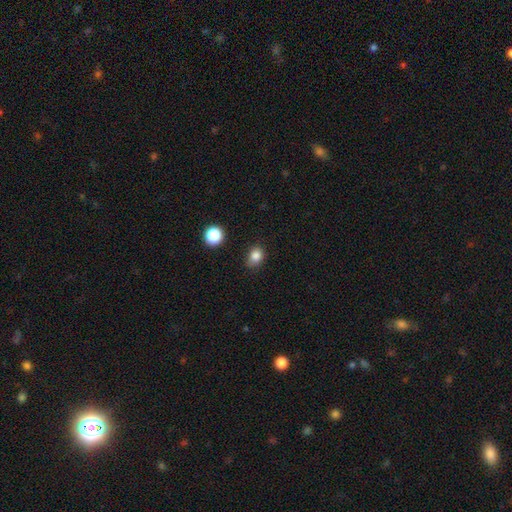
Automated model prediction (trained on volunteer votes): Smooth or featured?
  - smooth: 84% *
  - star or artifact: 12%
  - featured or disk: 4%
How rounded?
  - round: 53% *
  - in between: 46%
  - cigar-shaped: 1%
Merging?
  - none: 72% *
  - minor disturbance: 21%
  - major disturbance: 4%
  - merger: 2%